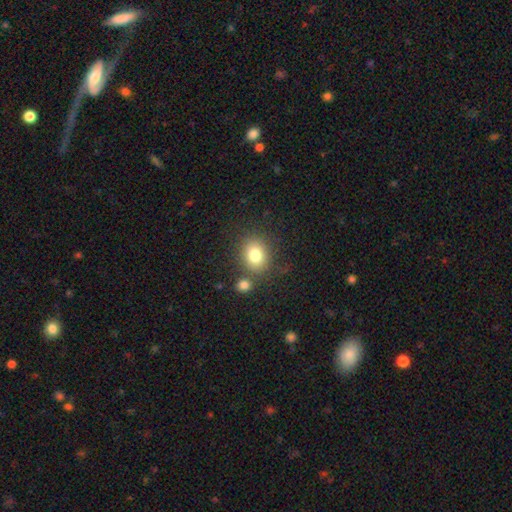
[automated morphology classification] A smooth galaxy with no disk features (80%) that is round (58%). Merging: none (75%).